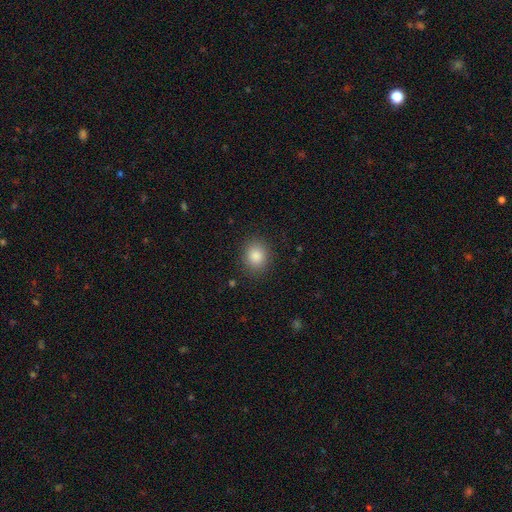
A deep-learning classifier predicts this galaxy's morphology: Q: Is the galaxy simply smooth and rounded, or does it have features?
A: smooth — 85%.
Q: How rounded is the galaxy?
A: round — 71%.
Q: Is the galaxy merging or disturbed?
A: none — 89%.